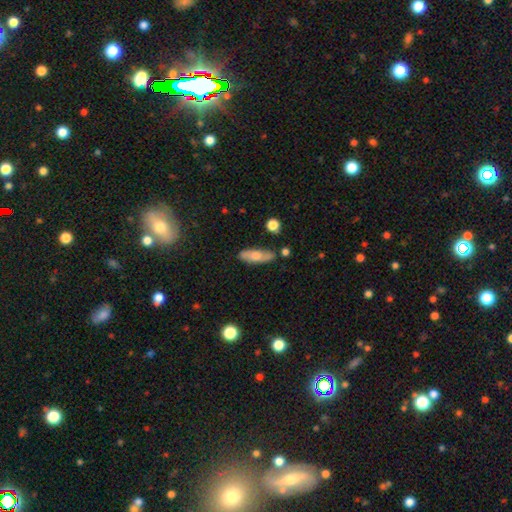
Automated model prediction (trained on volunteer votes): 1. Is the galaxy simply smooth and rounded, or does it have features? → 67% smooth, 27% featured or disk, 7% star or artifact.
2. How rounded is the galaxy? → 57% in between, 40% cigar-shaped, 3% round.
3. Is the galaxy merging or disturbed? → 75% none, 17% minor disturbance, 5% merger, 4% major disturbance.